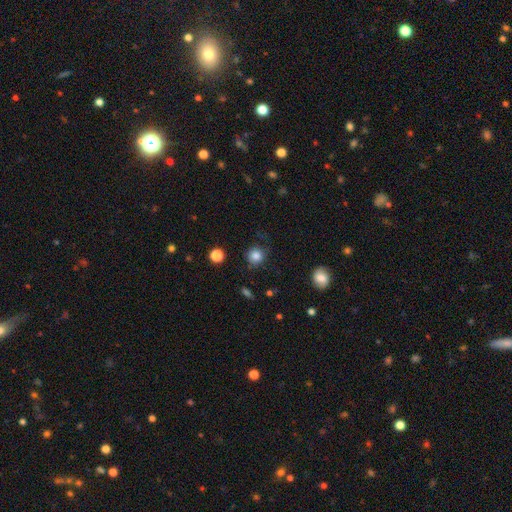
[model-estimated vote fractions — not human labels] This appears to be a smooth galaxy with no disk features (83%) that is round (90%). Merging: none (78%).